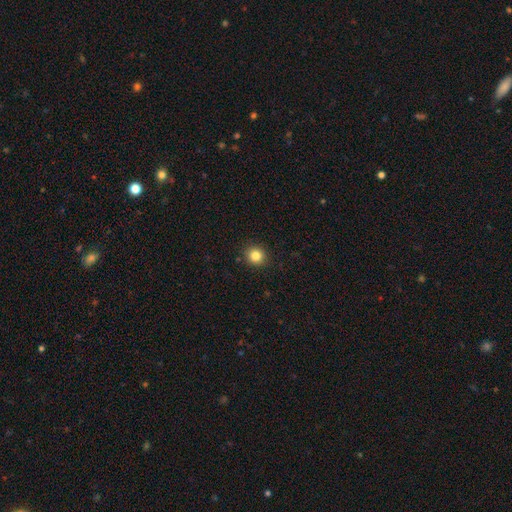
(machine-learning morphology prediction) Smooth or featured?
  - smooth: 83% *
  - star or artifact: 11%
  - featured or disk: 5%
How rounded?
  - round: 89% *
  - in between: 10%
  - cigar-shaped: 1%
Merging?
  - none: 91% *
  - minor disturbance: 6%
  - major disturbance: 2%
  - merger: 1%